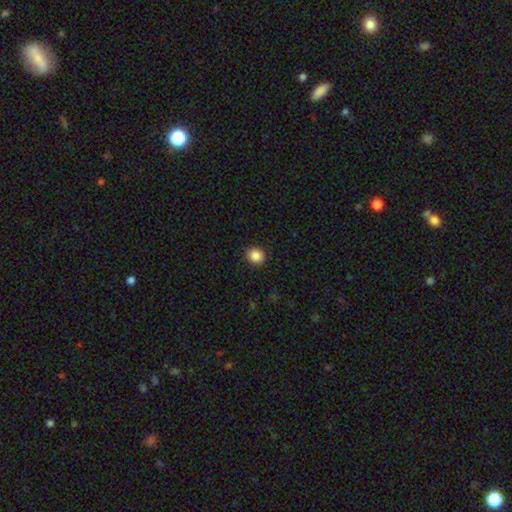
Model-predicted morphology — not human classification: type=smooth (87%); roundness=round (85%); merging=none (90%).